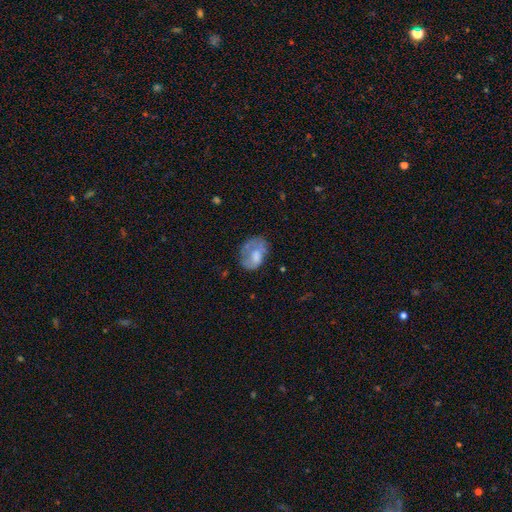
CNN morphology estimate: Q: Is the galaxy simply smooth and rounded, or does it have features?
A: smooth — 58%.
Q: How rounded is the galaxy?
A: in between — 76%.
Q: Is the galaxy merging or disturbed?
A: none — 41%.